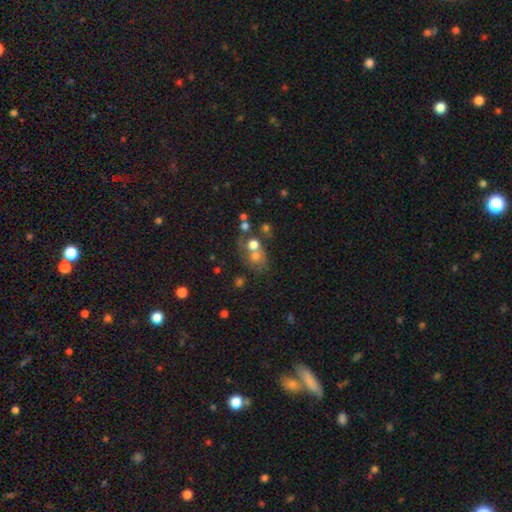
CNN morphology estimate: This is possibly a smooth galaxy (56%). How rounded: likely round (64%). Merging: possibly merger (48%).